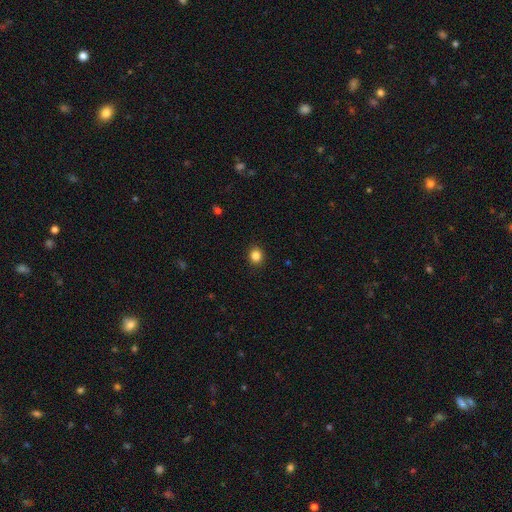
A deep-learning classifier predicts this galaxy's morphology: Q: Smooth or featured?
A: smooth (85%); runner-up: star or artifact (11%)
Q: How rounded?
A: round (76%); runner-up: in between (23%)
Q: Merging?
A: none (91%); runner-up: minor disturbance (6%)